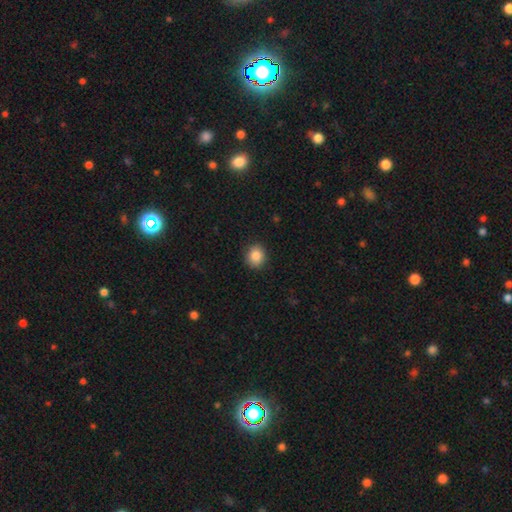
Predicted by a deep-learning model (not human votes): smooth_or_featured: smooth (p=0.86) [alt: star or artifact p=0.09]
how_rounded: round (p=0.71) [alt: in between p=0.28]
merging: none (p=0.89) [alt: minor disturbance p=0.08]